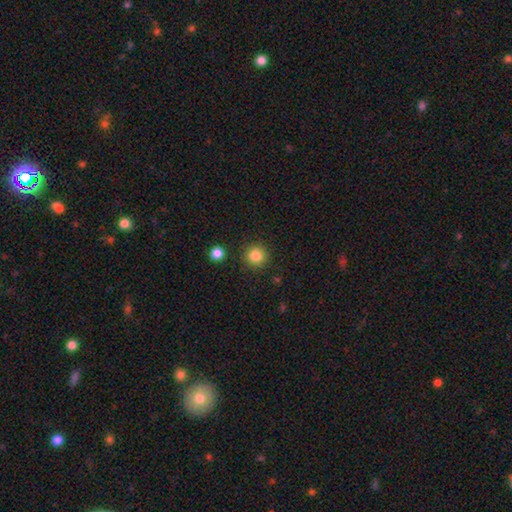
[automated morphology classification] Smooth or featured: smooth — 84% (star or artifact — 11%)
How rounded: round — 94% (in between — 5%)
Merging: none — 89% (minor disturbance — 6%)